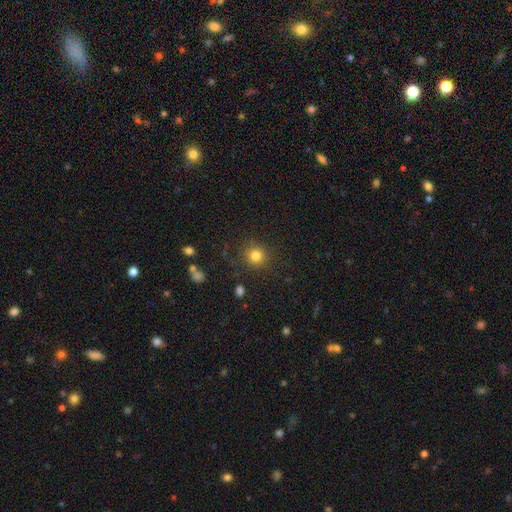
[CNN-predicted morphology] Smooth or featured?
  - smooth: 82% *
  - star or artifact: 12%
  - featured or disk: 6%
How rounded?
  - round: 91% *
  - in between: 8%
  - cigar-shaped: 1%
Merging?
  - none: 86% *
  - minor disturbance: 8%
  - major disturbance: 4%
  - merger: 2%